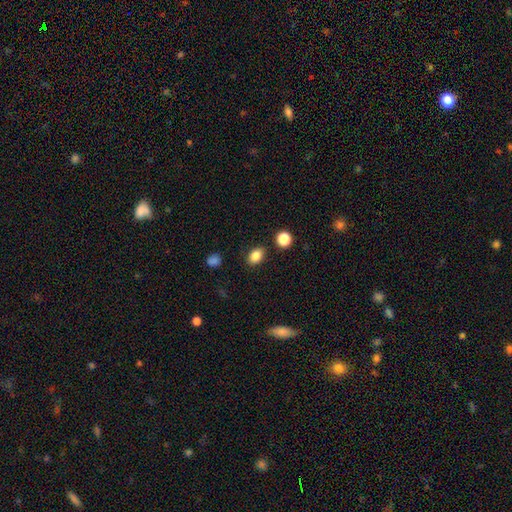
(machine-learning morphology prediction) smooth_or_featured: smooth (p=0.84) [alt: star or artifact p=0.10]
how_rounded: in between (p=0.75) [alt: round p=0.24]
merging: none (p=0.85) [alt: minor disturbance p=0.09]